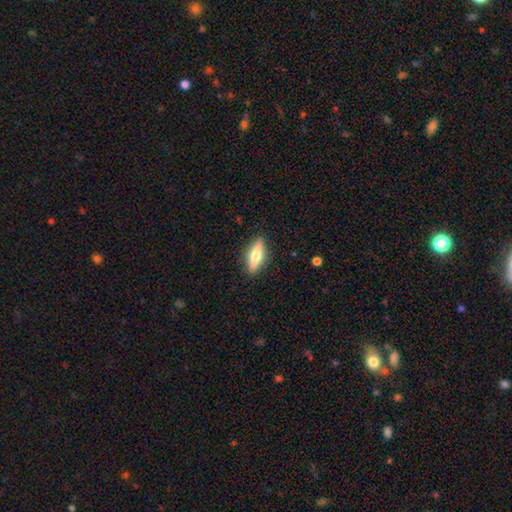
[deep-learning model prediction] A featured or disk galaxy (50%).

Vote fractions:
- Smooth or featured? featured or disk: 50% / smooth: 44% / star or artifact: 6%
- Merging? none: 89% / minor disturbance: 8% / major disturbance: 2% / merger: 1%